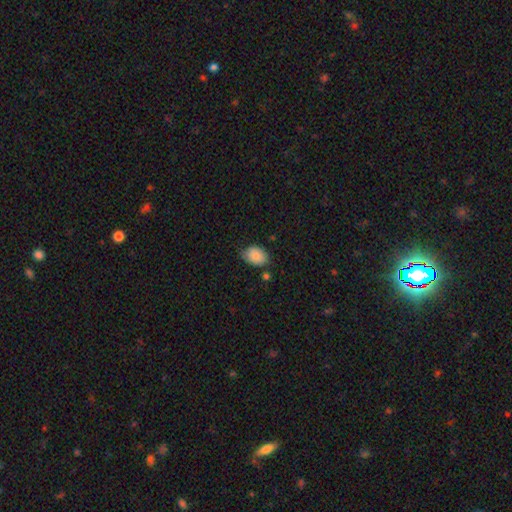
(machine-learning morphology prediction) A smooth galaxy with no disk features (85%) that is in between round and cigar-shaped (77%). Merging: none (66%).